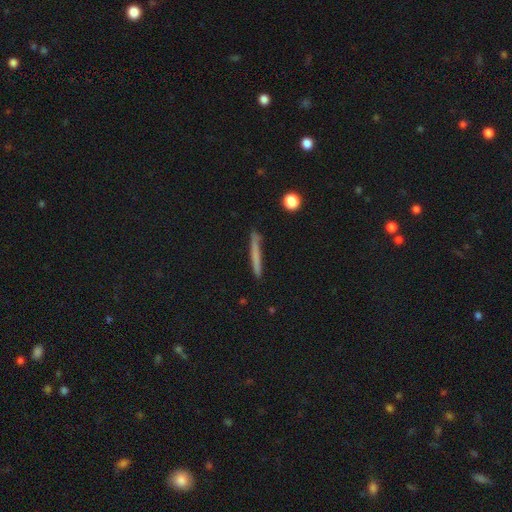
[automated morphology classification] A smooth galaxy with no disk features (63%) that is cigar-shaped (96%). Merging: none (85%).